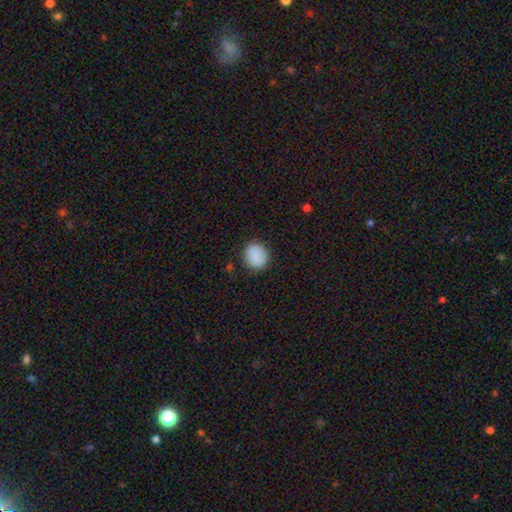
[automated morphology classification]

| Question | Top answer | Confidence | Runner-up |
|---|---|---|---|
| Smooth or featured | smooth | 84% | featured or disk (8%) |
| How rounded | round | 76% | in between (23%) |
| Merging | none | 86% | minor disturbance (10%) |